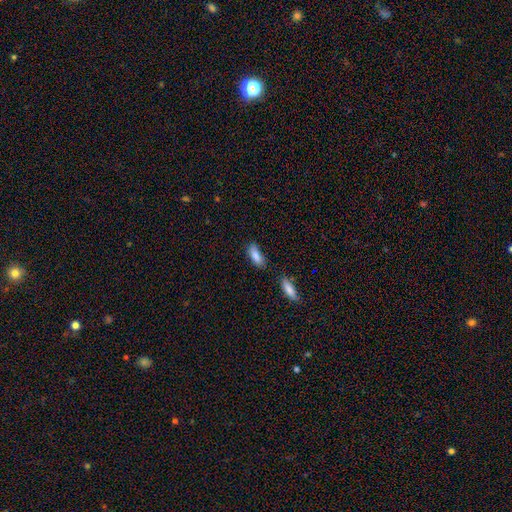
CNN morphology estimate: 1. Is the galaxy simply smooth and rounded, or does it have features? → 84% smooth, 8% featured or disk, 8% star or artifact.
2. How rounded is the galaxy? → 77% in between, 21% cigar-shaped, 2% round.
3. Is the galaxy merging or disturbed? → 63% none, 24% minor disturbance, 8% merger, 5% major disturbance.